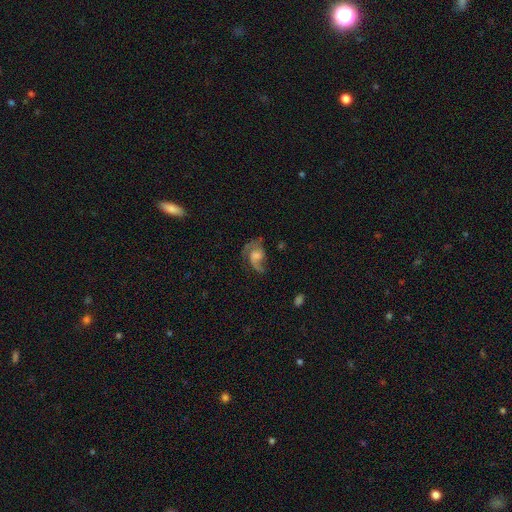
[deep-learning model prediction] The model was most divided on "spiral winding" (2-way tie): medium: 44%, loose: 44%, tight: 12%. Remaining: edge-on disk — no (98%); spiral arms — yes (93%); smooth or featured — featured or disk (78%); spiral arm count — 2 (75%); bar — no (57%); merging — none (52%); bulge size — moderate (36%).